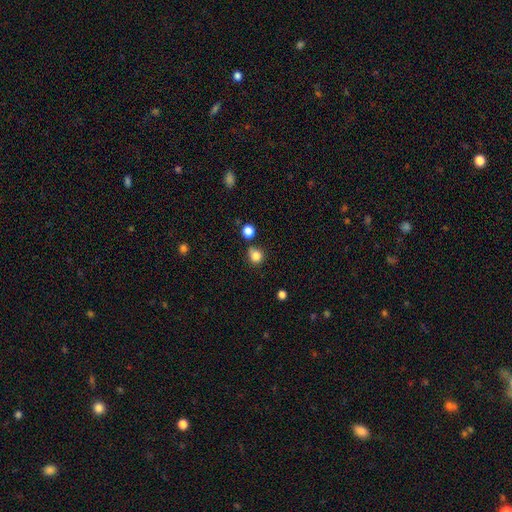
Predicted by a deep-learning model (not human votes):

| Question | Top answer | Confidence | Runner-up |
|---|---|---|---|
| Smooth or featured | smooth | 84% | star or artifact (12%) |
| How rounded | round | 87% | in between (12%) |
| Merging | none | 69% | minor disturbance (16%) |